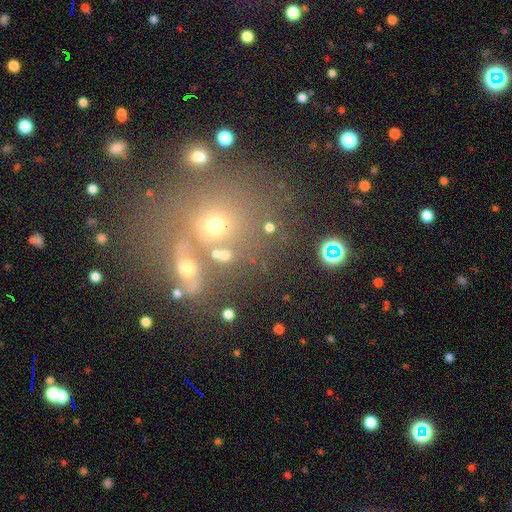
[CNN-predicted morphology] Smooth or featured? Predicted: smooth (p=0.42). Merging? Predicted: none (p=0.57).